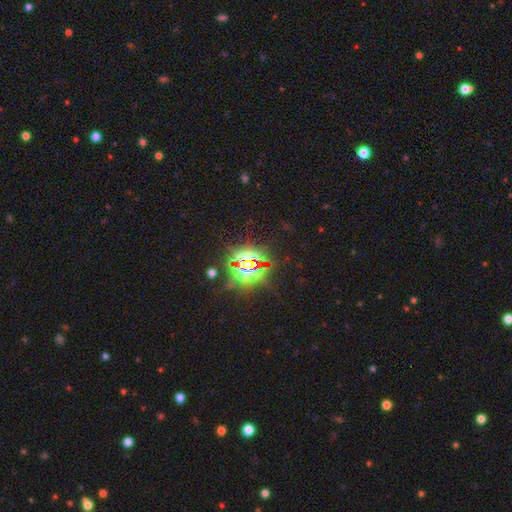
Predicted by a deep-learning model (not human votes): Smooth or featured? star or artifact (84%)